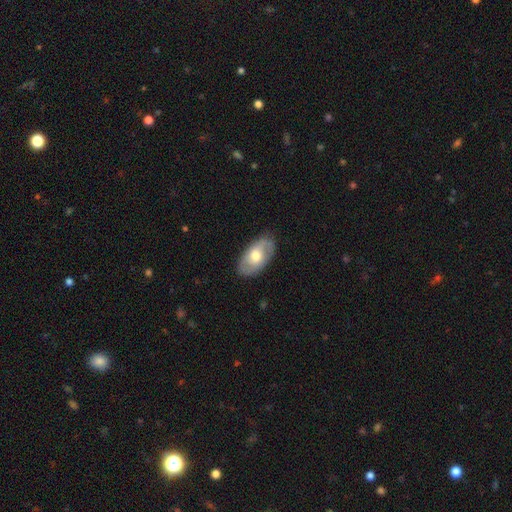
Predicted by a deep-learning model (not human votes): A smooth galaxy with no disk features (53%) that is in between round and cigar-shaped (93%). Merging: none (79%).